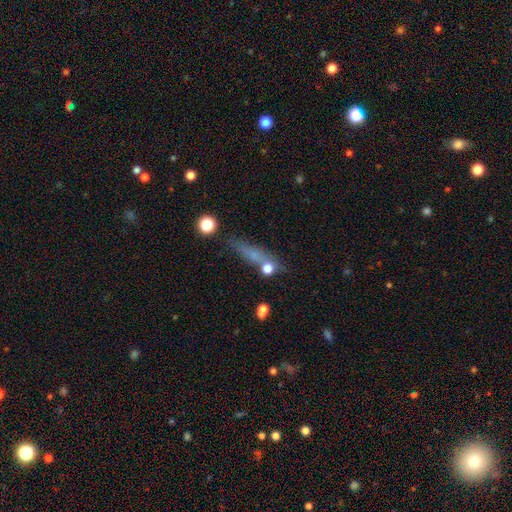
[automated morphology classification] smooth 54%, featured or disk 28%, star or artifact 18%. Down the decision tree: how rounded — cigar-shaped (72%); merging — none (65%).